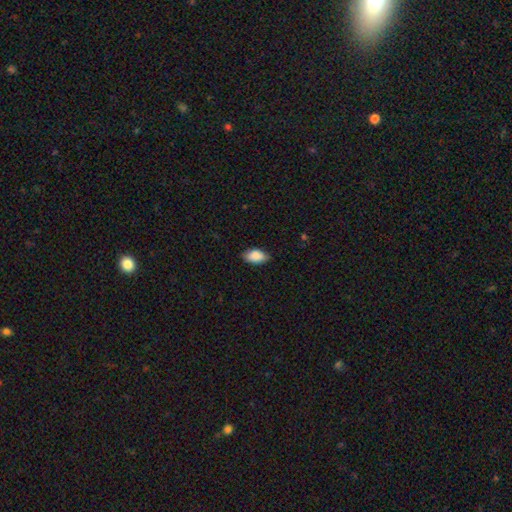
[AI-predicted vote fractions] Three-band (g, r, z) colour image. It shows a smooth galaxy with no disk features (88%) that is in between round and cigar-shaped (94%). Merging: none (83%).